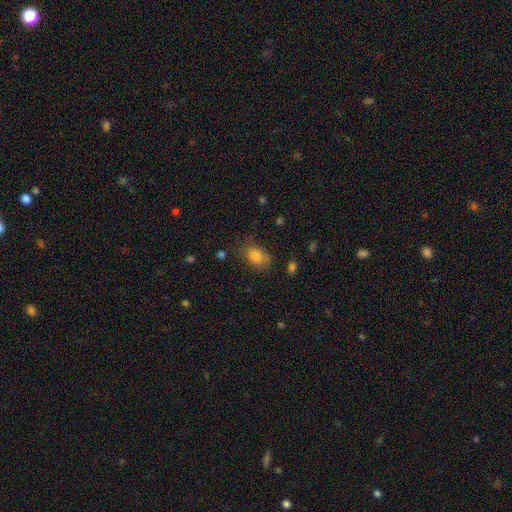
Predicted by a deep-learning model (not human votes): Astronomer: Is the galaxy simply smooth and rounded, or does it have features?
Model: smooth — 81%.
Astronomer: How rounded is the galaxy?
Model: in between — 78%.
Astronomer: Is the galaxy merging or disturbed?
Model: none — 71%.